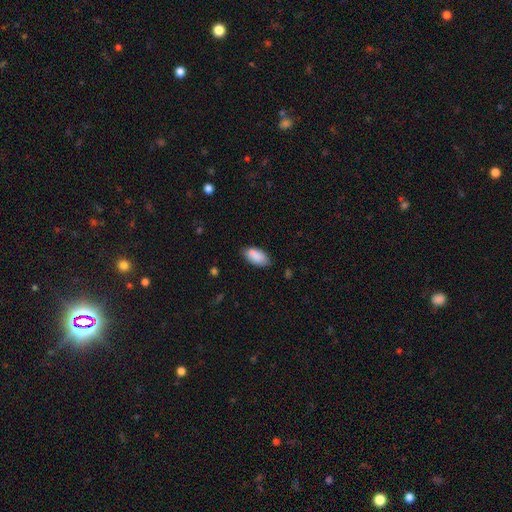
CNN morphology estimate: Smooth or featured? smooth (87%)
How rounded? in between (93%)
Merging? none (74%)